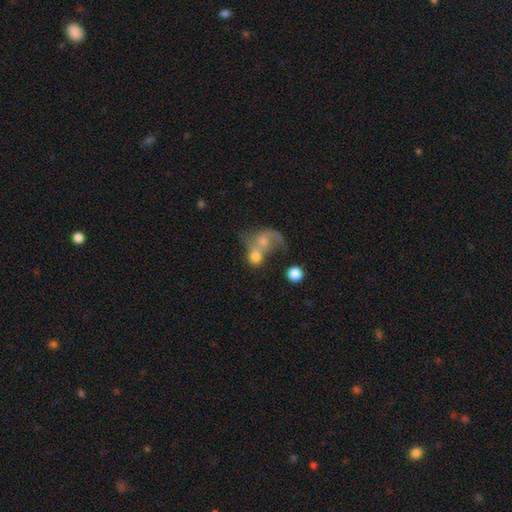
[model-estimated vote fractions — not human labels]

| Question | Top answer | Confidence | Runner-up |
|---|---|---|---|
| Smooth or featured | smooth | 59% | featured or disk (30%) |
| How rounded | round | 64% | in between (35%) |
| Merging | merger | 64% | none (18%) |